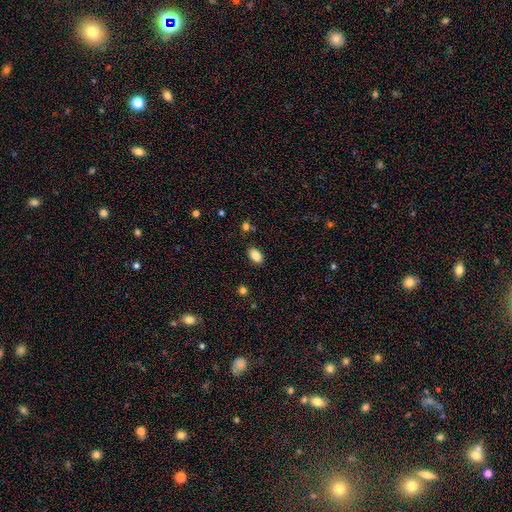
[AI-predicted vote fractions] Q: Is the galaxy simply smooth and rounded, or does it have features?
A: smooth — 87%.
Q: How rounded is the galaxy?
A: in between — 91%.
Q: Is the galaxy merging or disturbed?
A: none — 85%.